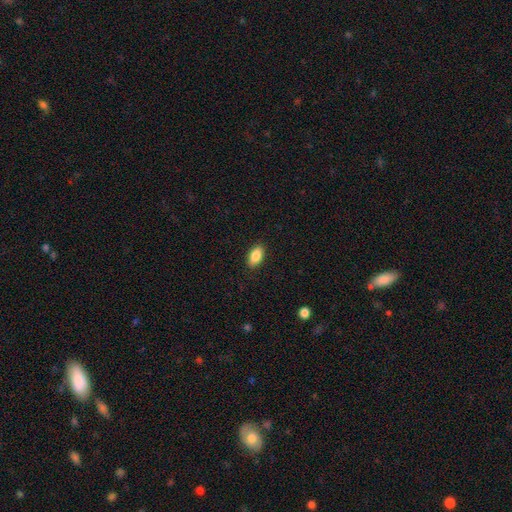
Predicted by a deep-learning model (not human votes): The model was most divided on "smooth or featured": smooth: 86%, star or artifact: 7%, featured or disk: 7%. More confident: how rounded — in between (91%); merging — none (89%).